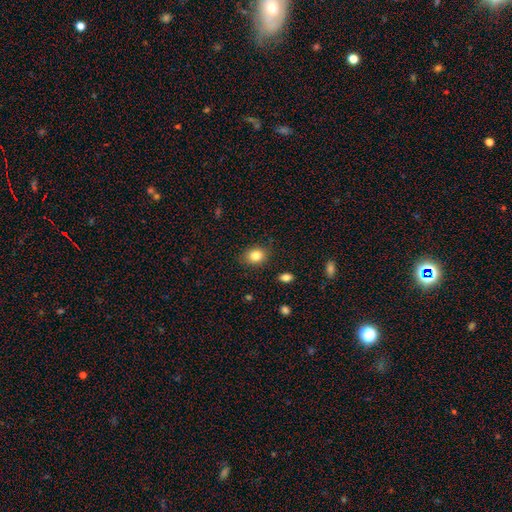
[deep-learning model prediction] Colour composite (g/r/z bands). It shows a smooth galaxy with no disk features (84%) that is in between round and cigar-shaped (51%). Merging: none (83%).